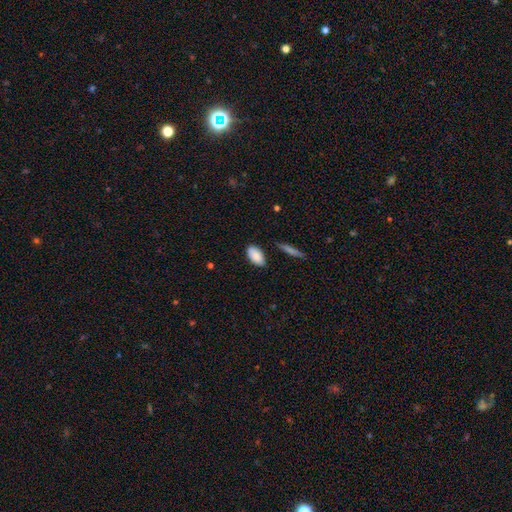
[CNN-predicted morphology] smooth-or-featured: smooth: 86% | featured or disk: 7% | star or artifact: 7%
  how-rounded: in between: 93% | cigar-shaped: 3% | round: 3%
  merging: none: 80% | minor disturbance: 15% | major disturbance: 3% | merger: 2%